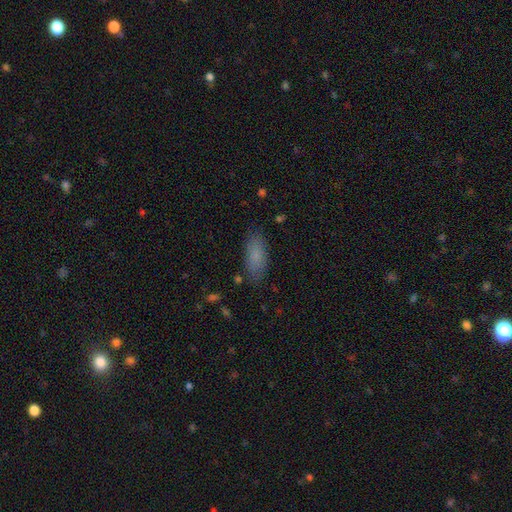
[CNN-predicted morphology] smooth_or_featured: smooth (p=0.82) [alt: featured or disk p=0.10]
how_rounded: in between (p=0.76) [alt: cigar-shaped p=0.22]
merging: none (p=0.83) [alt: minor disturbance p=0.13]